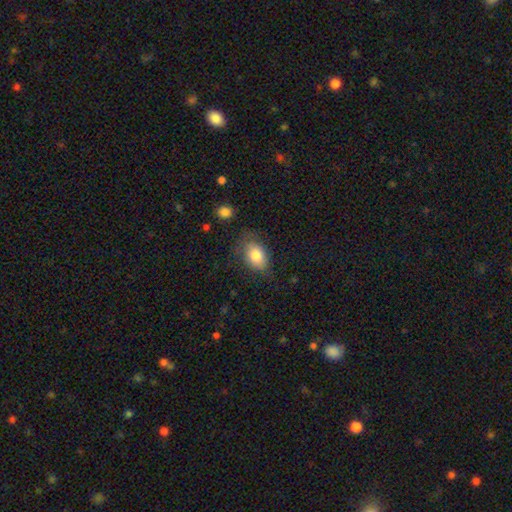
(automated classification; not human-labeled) This appears to be a smooth galaxy with no disk features (79%) that is in between round and cigar-shaped (79%). Merging: none (67%).